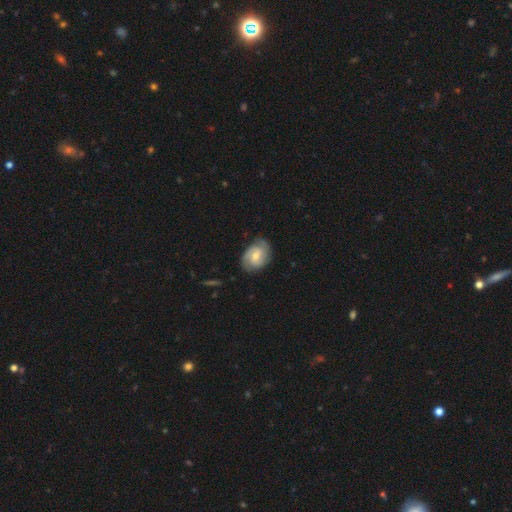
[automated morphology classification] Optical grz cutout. It shows a featured or disk galaxy (69%) with a weak bar (48%), 2 (65%) tight (45%) spiral arms (92%) and a moderate central bulge (54%). Merging: none (74%).